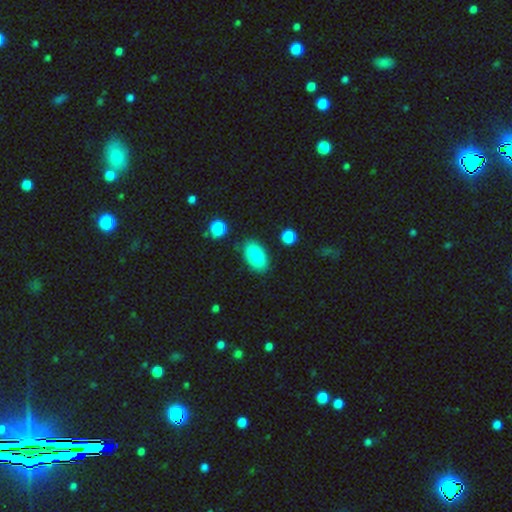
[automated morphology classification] Overall: smooth (85%). How rounded: in between (93%). Merging: none (85%).